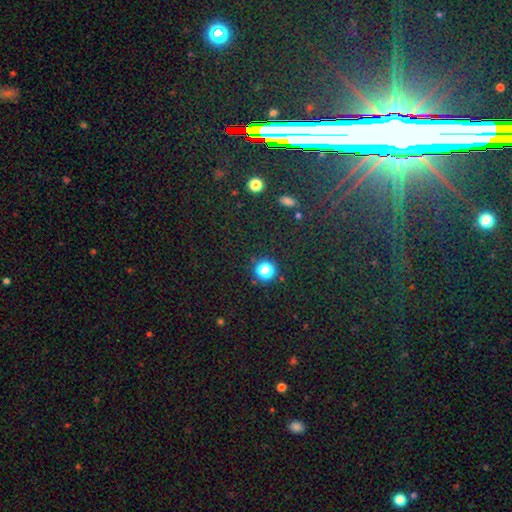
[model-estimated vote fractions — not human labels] Smooth or featured? star or artifact (75%)